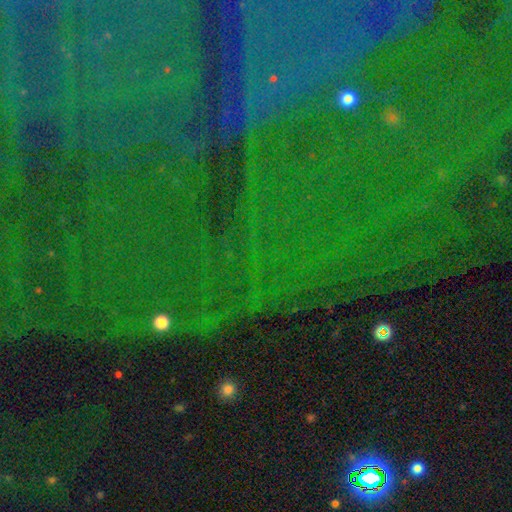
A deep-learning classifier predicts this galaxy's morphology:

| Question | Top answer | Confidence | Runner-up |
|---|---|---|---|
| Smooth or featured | star or artifact | 83% | smooth (9%) |